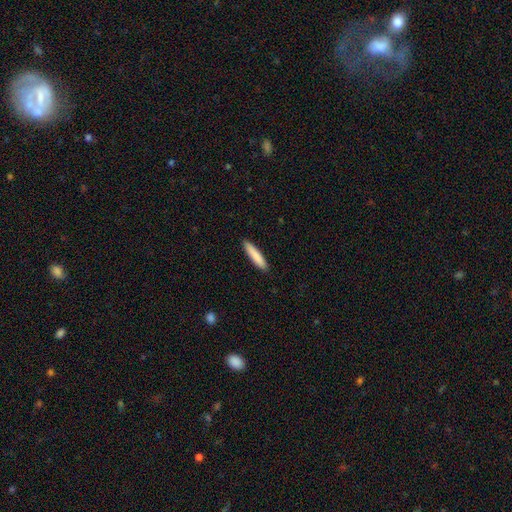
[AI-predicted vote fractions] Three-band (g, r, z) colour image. It shows a smooth galaxy with no disk features (85%) that is cigar-shaped (86%). Merging: none (91%).